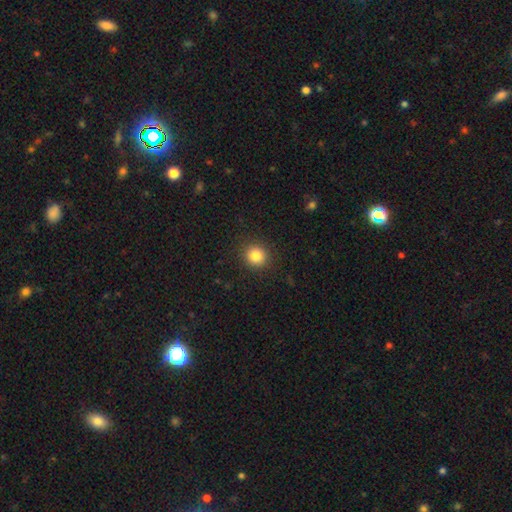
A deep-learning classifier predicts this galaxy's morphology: smooth_or_featured: smooth (p=0.84) [alt: star or artifact p=0.11]
how_rounded: round (p=0.91) [alt: in between p=0.08]
merging: none (p=0.91) [alt: minor disturbance p=0.06]